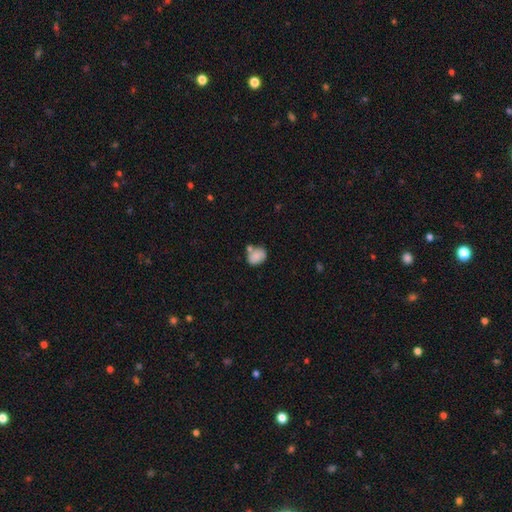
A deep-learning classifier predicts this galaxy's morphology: This is likely a smooth galaxy (79%). How rounded: likely in between (60%). Merging: possibly none (47%).